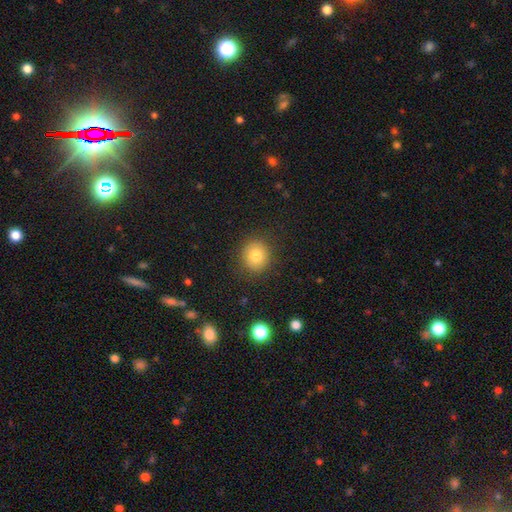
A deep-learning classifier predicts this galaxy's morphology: type=smooth (80%); roundness=round (84%); merging=none (88%).